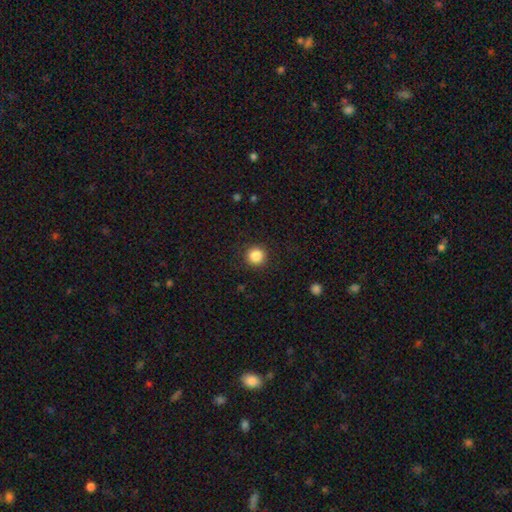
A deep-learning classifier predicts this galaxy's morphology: Smooth or featured? smooth (87%)
How rounded? round (94%)
Merging? none (91%)